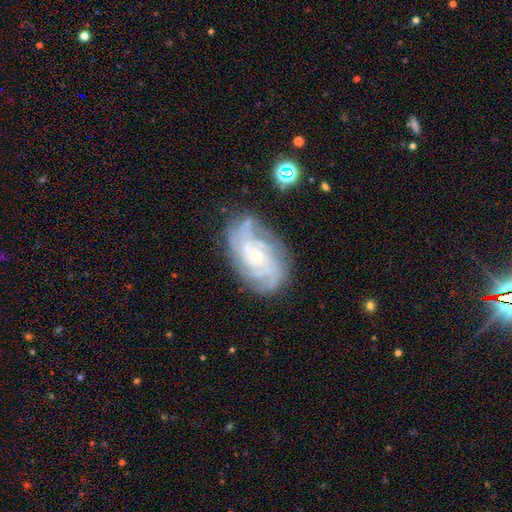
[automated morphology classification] type=featured or disk (86%); edge-on=no (96%); bar=no (71%); spiral arms=yes (97%); winding=tight (65%); arm count=can't tell (24%); bulge=small (77%); merging=none (74%).